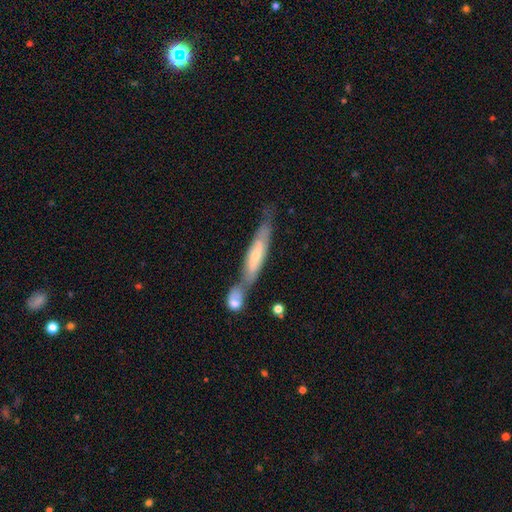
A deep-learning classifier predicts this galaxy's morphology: type=featured or disk (61%); edge-on=yes (80%); merging=none (55%).